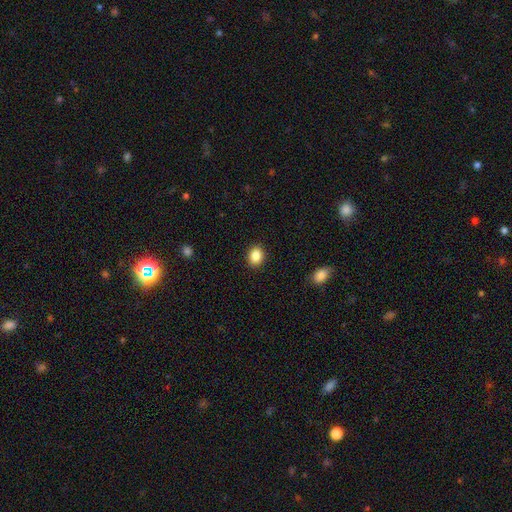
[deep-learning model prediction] The model was most divided on "how rounded": round: 58%, in between: 41%, cigar-shaped: 1%. More confident: merging — none (91%); smooth or featured — smooth (87%).